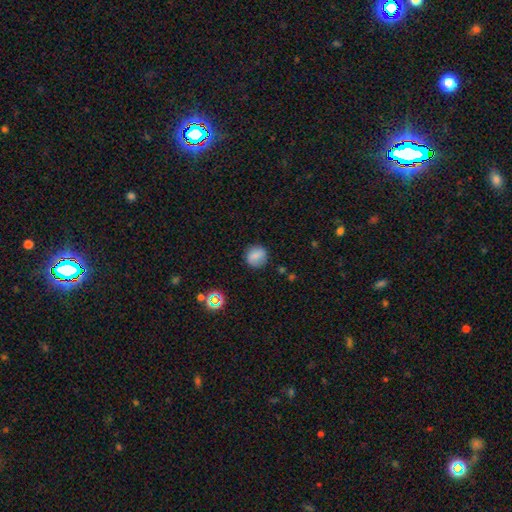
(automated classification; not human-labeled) The model was most divided on "smooth or featured": smooth: 79%, star or artifact: 12%, featured or disk: 9%. More confident: how rounded — round (88%); merging — none (85%).